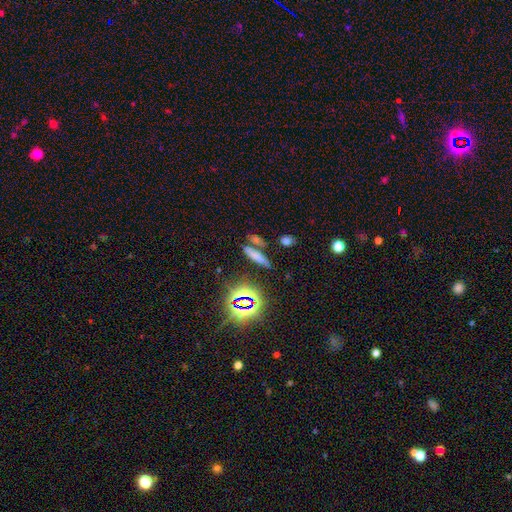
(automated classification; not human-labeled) smooth-or-featured: smooth: 63% | star or artifact: 22% | featured or disk: 15%
  how-rounded: cigar-shaped: 75% | in between: 20% | round: 5%
  merging: none: 64% | merger: 19% | minor disturbance: 12% | major disturbance: 5%